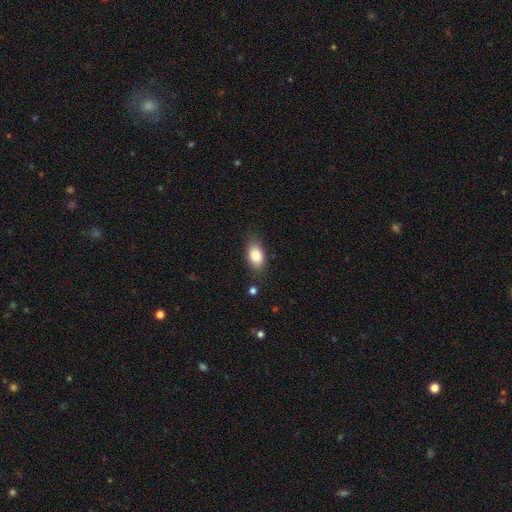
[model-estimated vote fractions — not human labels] Smooth or featured: smooth — 82% (featured or disk — 10%)
How rounded: in between — 88% (round — 9%)
Merging: none — 81% (minor disturbance — 14%)